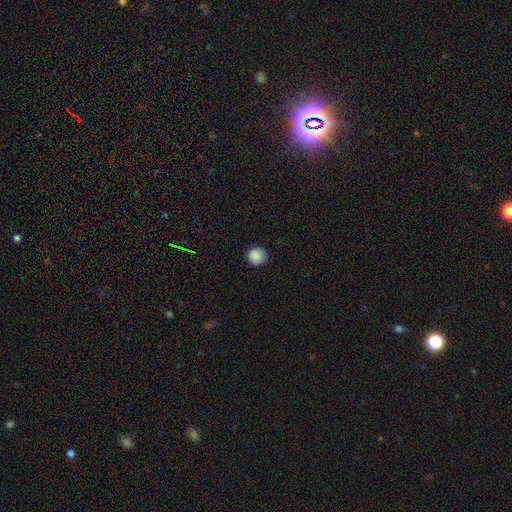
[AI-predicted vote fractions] The model was most divided on "smooth or featured": smooth: 88%, star or artifact: 9%, featured or disk: 3%. More confident: how rounded — round (94%); merging — none (91%).